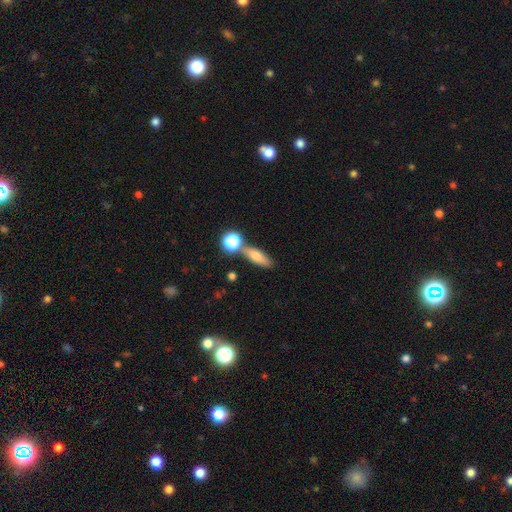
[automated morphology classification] Smooth or featured? smooth (70%)
How rounded? in between (51%)
Merging? none (65%)